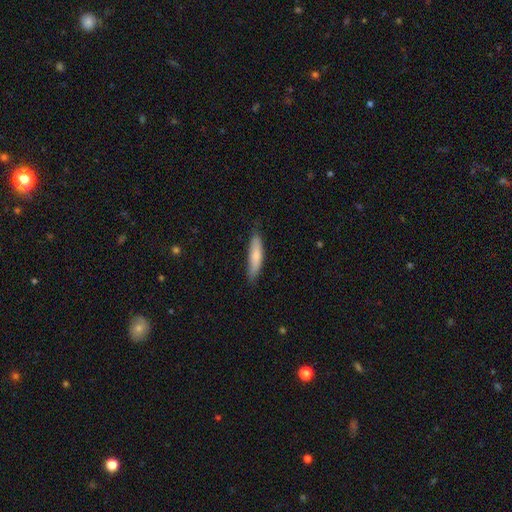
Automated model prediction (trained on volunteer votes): Smooth or featured?
  - smooth: 76% *
  - featured or disk: 18%
  - star or artifact: 6%
How rounded?
  - cigar-shaped: 73% *
  - in between: 25%
  - round: 1%
Merging?
  - none: 77% *
  - minor disturbance: 19%
  - major disturbance: 3%
  - merger: 1%